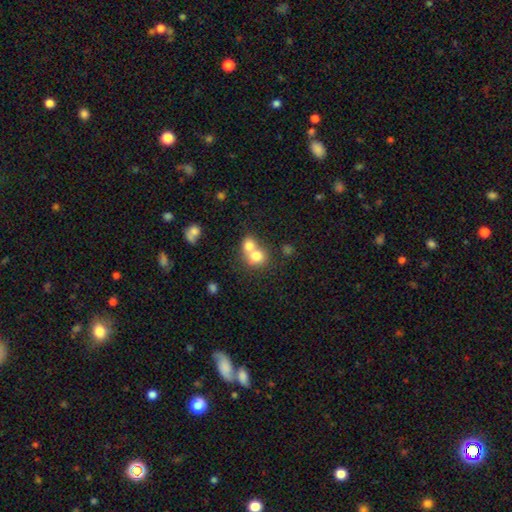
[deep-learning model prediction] A smooth galaxy with no disk features (74%) that is round (73%).

Vote fractions:
- Smooth or featured? smooth: 74% / featured or disk: 15% / star or artifact: 10%
- How rounded? round: 73% / in between: 26% / cigar-shaped: 1%
- Merging? merger: 66% / none: 26% / minor disturbance: 5% / major disturbance: 3%